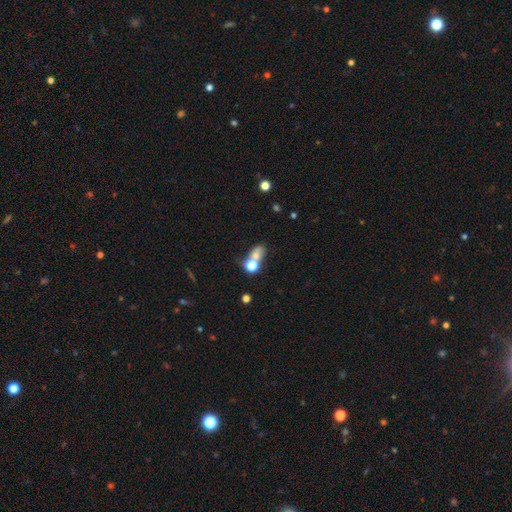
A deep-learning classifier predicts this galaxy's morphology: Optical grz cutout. It shows a smooth galaxy with no disk features (65%) that is in between round and cigar-shaped (53%). Merging: merger (55%).